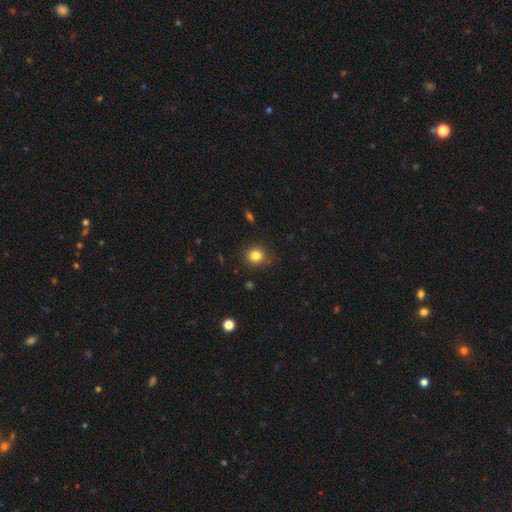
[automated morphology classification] Overall: smooth (82%). How rounded: round (84%). Merging: none (83%).